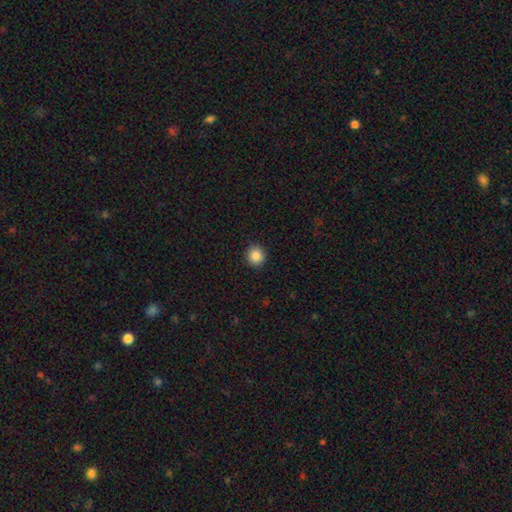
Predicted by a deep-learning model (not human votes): This appears to be a smooth galaxy with no disk features (86%) that is round (91%). Merging: none (91%).